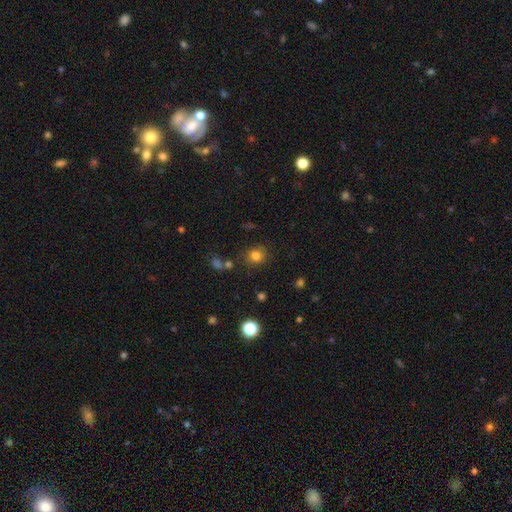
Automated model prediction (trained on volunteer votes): Q: Smooth or featured?
A: smooth (80%); runner-up: star or artifact (14%)
Q: How rounded?
A: round (81%); runner-up: in between (18%)
Q: Merging?
A: none (80%); runner-up: minor disturbance (12%)